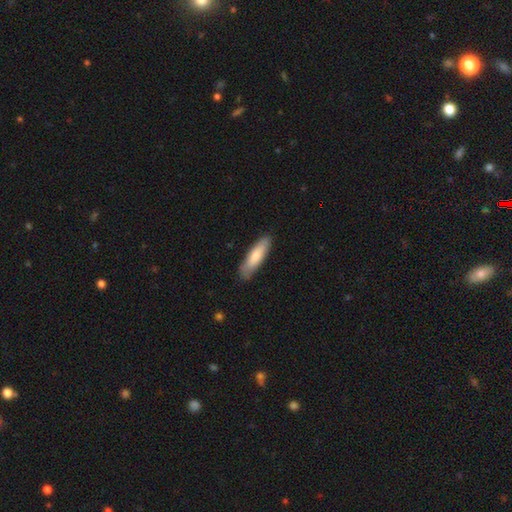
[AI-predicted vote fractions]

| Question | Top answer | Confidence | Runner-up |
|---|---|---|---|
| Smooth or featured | smooth | 79% | featured or disk (16%) |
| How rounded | cigar-shaped | 65% | in between (34%) |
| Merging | none | 84% | minor disturbance (13%) |